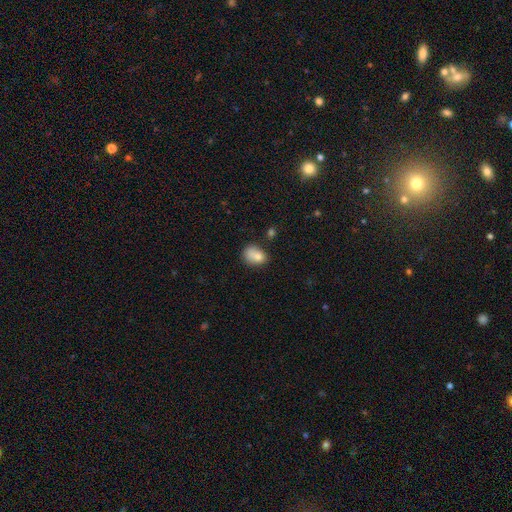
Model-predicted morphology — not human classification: A smooth galaxy with no disk features (80%) that is in between round and cigar-shaped (73%). Merging: none (49%).